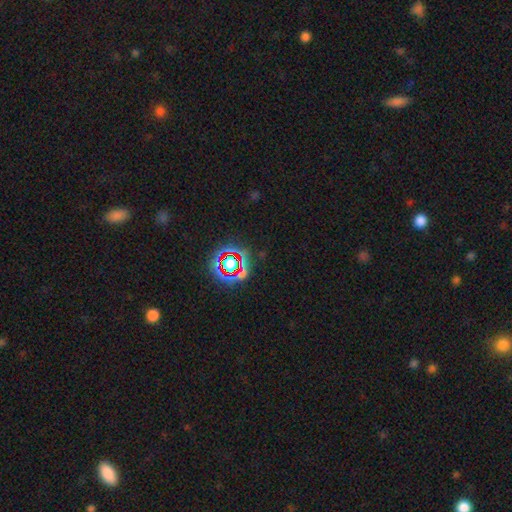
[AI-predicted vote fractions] The model was most divided on "smooth or featured": star or artifact: 76%, smooth: 14%, featured or disk: 10%.